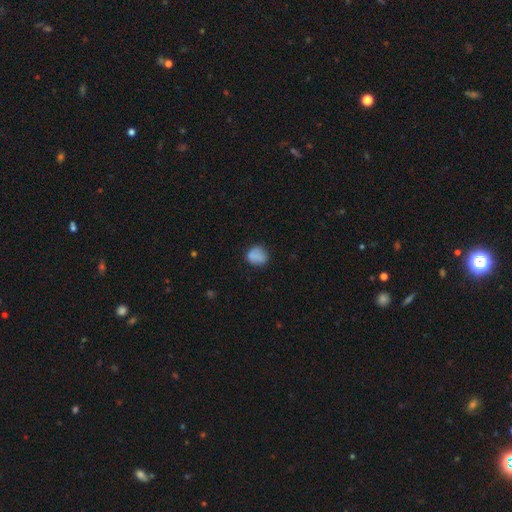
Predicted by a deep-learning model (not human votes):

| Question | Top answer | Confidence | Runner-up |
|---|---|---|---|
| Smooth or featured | smooth | 81% | featured or disk (10%) |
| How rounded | round | 72% | in between (26%) |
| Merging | none | 73% | minor disturbance (19%) |